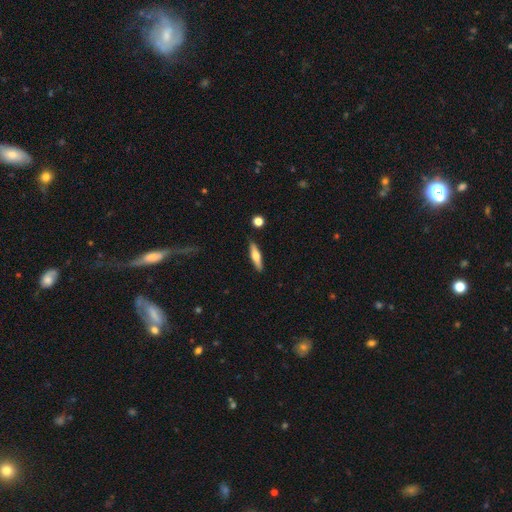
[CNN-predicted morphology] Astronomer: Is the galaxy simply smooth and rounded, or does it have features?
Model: smooth — 53% (runner-up: featured or disk, 41%).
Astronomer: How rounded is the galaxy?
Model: cigar-shaped — 75%.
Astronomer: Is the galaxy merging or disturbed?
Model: none — 87%.